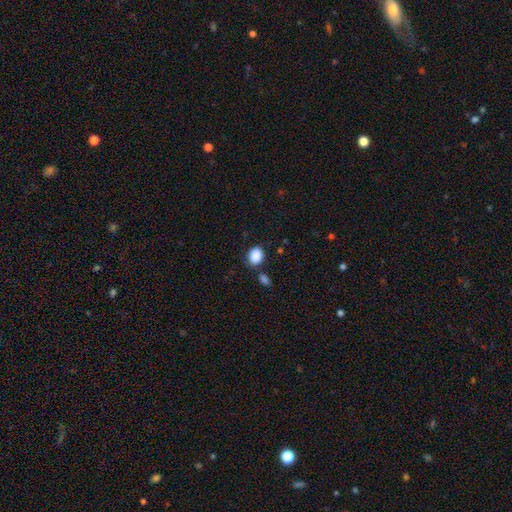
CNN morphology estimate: A smooth galaxy with no disk features (89%) that is in between round and cigar-shaped (57%).

Vote fractions:
- Smooth or featured? smooth: 89% / star or artifact: 8% / featured or disk: 3%
- How rounded? in between: 57% / round: 42% / cigar-shaped: 1%
- Merging? none: 73% / minor disturbance: 14% / merger: 9% / major disturbance: 4%